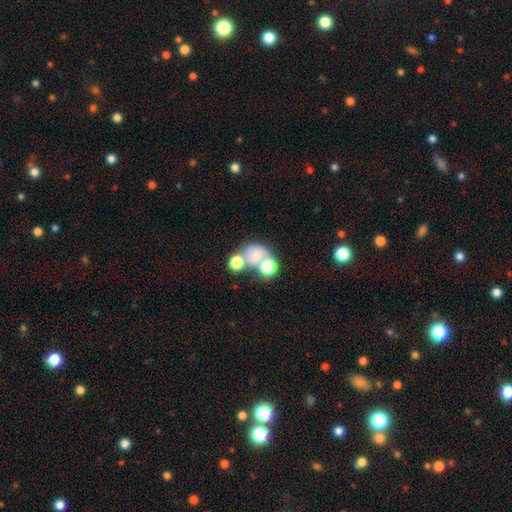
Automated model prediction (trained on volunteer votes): Overall: smooth (58%; featured or disk 24%). How rounded: round (60%; in between 39%). Merging: merger (50%; none 30%).